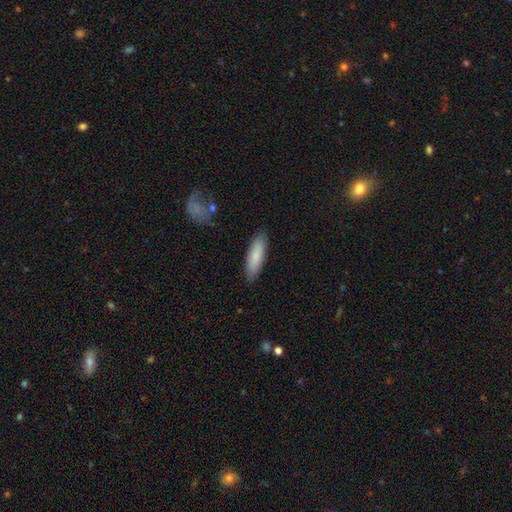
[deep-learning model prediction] A smooth galaxy with no disk features (83%) that is cigar-shaped (59%).

Vote fractions:
- Smooth or featured? smooth: 83% / featured or disk: 11% / star or artifact: 6%
- How rounded? cigar-shaped: 59% / in between: 40% / round: 1%
- Merging? none: 88% / minor disturbance: 9% / major disturbance: 2% / merger: 1%